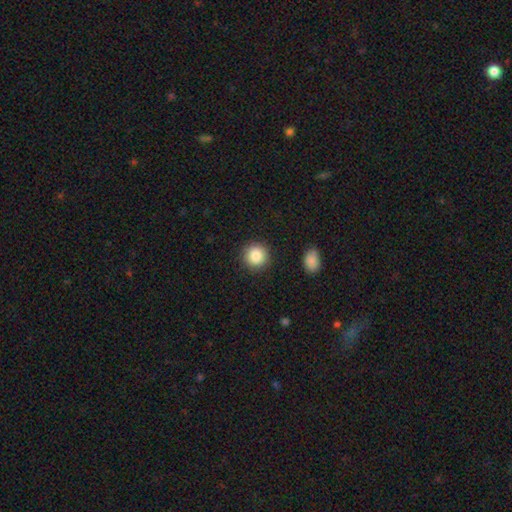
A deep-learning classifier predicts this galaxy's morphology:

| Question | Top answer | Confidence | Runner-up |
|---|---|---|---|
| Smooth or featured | smooth | 87% | star or artifact (8%) |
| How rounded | round | 93% | in between (6%) |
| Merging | none | 90% | minor disturbance (7%) |